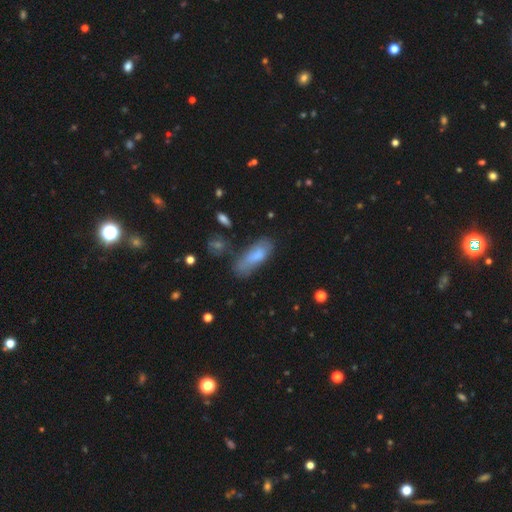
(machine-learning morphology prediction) This appears to be a smooth galaxy with no disk features (74%) that is in between round and cigar-shaped (68%). Merging: none (51%).